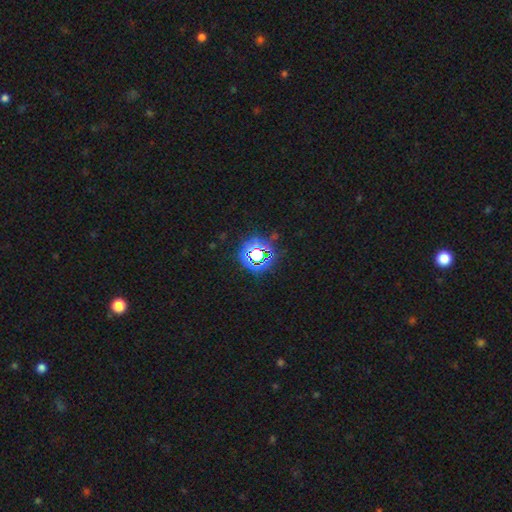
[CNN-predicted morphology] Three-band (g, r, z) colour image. It shows a star or artifact, not a galaxy (72%).